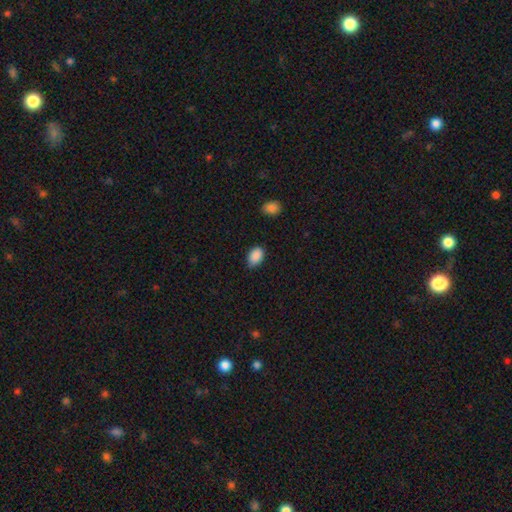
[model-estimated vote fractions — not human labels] A smooth galaxy with no disk features (89%) that is in between round and cigar-shaped (88%). Merging: none (77%).